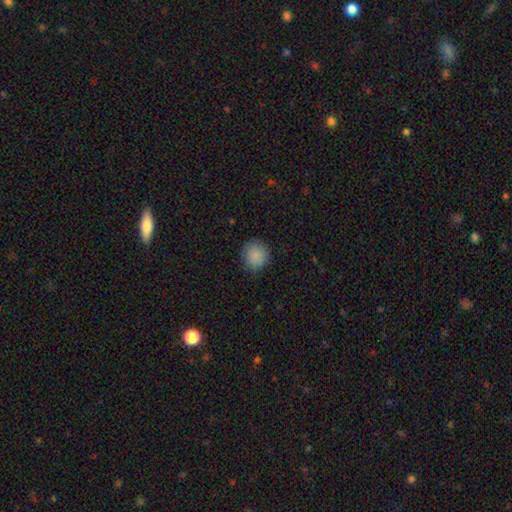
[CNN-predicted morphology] type=smooth (88%); roundness=round (88%); merging=none (85%).